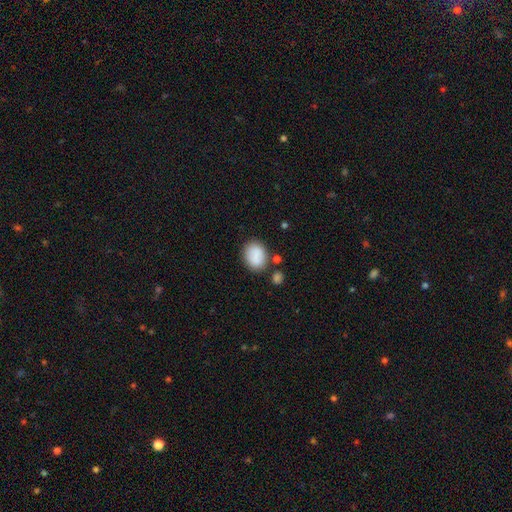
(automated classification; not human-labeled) Q: Smooth or featured?
A: smooth (85%); runner-up: star or artifact (8%)
Q: How rounded?
A: in between (61%); runner-up: round (38%)
Q: Merging?
A: none (72%); runner-up: minor disturbance (14%)